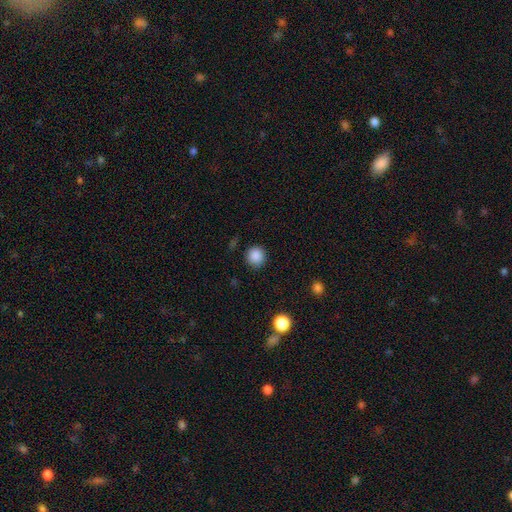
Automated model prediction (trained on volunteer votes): The model was most divided on "smooth or featured": smooth: 87%, star or artifact: 10%, featured or disk: 3%. More confident: how rounded — round (93%); merging — none (89%).